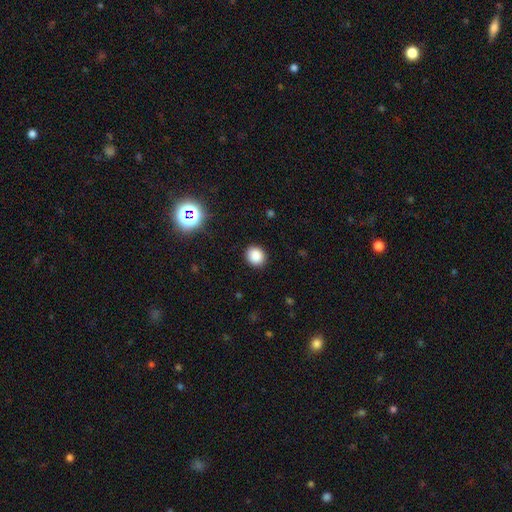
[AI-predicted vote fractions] Smooth or featured?
  - smooth: 86% *
  - star or artifact: 11%
  - featured or disk: 3%
How rounded?
  - round: 77% *
  - in between: 22%
  - cigar-shaped: 1%
Merging?
  - none: 90% *
  - minor disturbance: 7%
  - major disturbance: 2%
  - merger: 1%